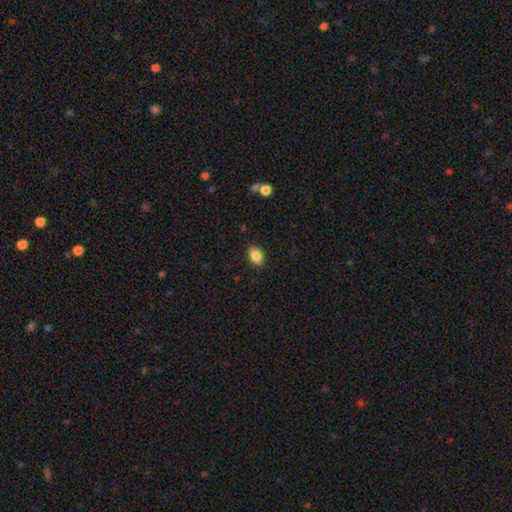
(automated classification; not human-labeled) This is clearly a smooth galaxy (87%). How rounded: clearly in between (82%). Merging: clearly none (87%).